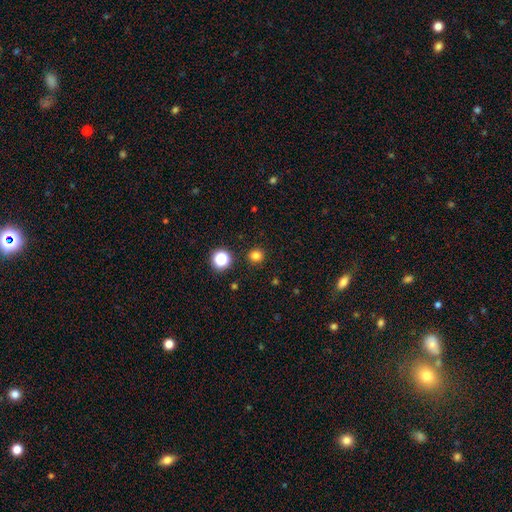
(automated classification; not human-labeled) This is likely a smooth galaxy (80%). How rounded: clearly round (94%). Merging: clearly none (91%).